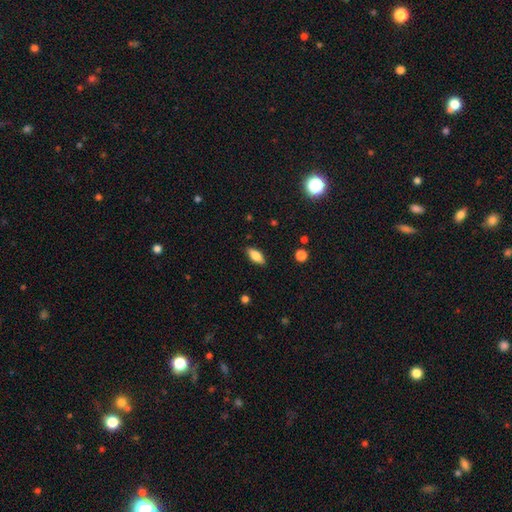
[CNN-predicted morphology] smooth-or-featured: smooth: 75% | featured or disk: 17% | star or artifact: 8%
  how-rounded: in between: 79% | cigar-shaped: 18% | round: 3%
  merging: none: 87% | minor disturbance: 9% | major disturbance: 2% | merger: 1%